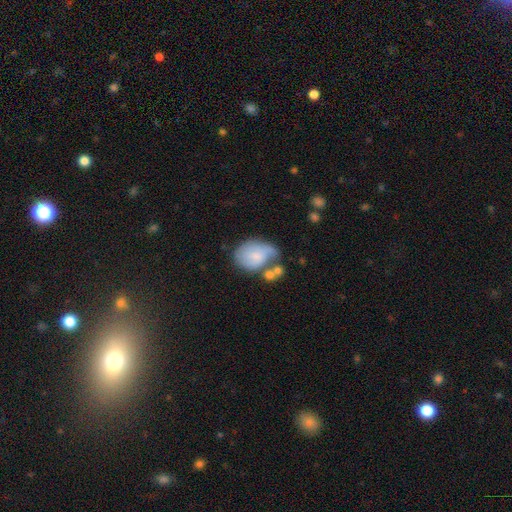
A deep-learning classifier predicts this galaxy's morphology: smooth-or-featured: smooth: 61% | featured or disk: 31% | star or artifact: 7%
  how-rounded: in between: 65% | round: 34% | cigar-shaped: 1%
  merging: none: 33% | minor disturbance: 28% | merger: 21% | major disturbance: 19%